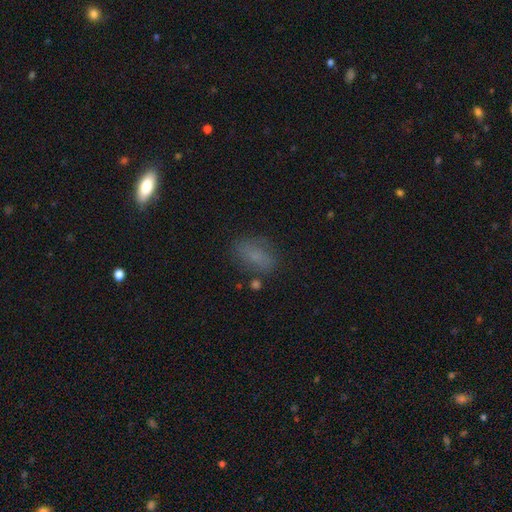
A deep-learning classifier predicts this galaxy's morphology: Overall: smooth (69%). How rounded: in between (85%). Merging: none (71%).